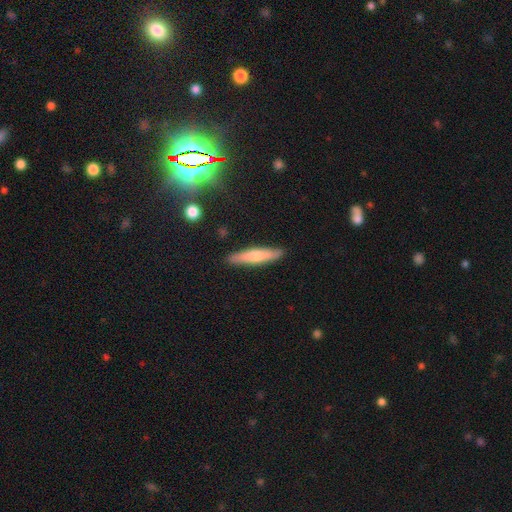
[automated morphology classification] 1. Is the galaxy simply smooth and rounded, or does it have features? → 48% smooth, 40% featured or disk, 12% star or artifact.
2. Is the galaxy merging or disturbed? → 89% none, 8% minor disturbance, 2% major disturbance, 1% merger.